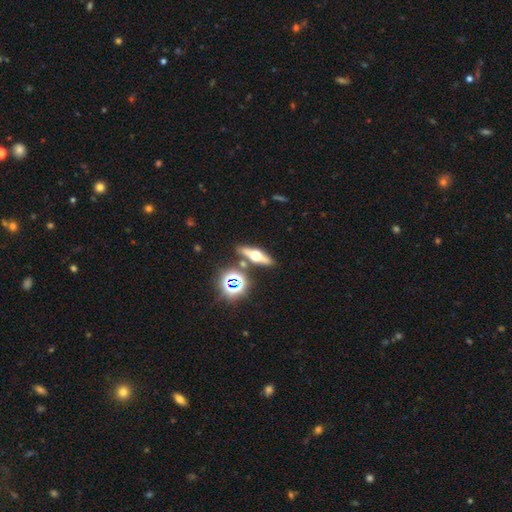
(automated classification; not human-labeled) smooth_or_featured: featured or disk (p=0.58) [alt: smooth p=0.27]
disk_edge_on: yes (p=0.90) [alt: no p=0.10]
edge_on_bulge: rounded (p=0.96) [alt: boxy p=0.03]
merging: none (p=0.82) [alt: minor disturbance p=0.08]